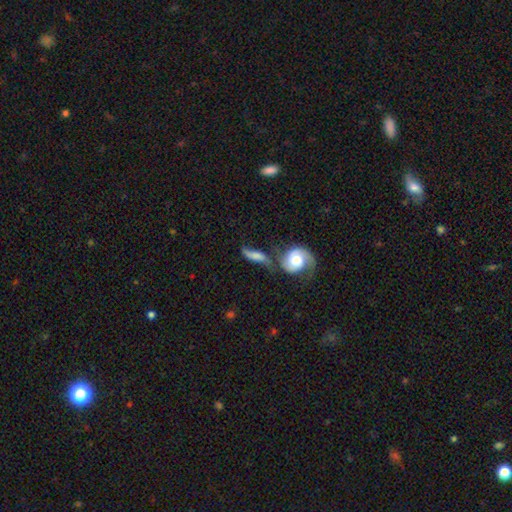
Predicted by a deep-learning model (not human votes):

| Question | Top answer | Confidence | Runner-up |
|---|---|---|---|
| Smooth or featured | featured or disk | 51% | smooth (42%) |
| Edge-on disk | no | 79% | yes (21%) |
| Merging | merger | 35% | none (33%) |